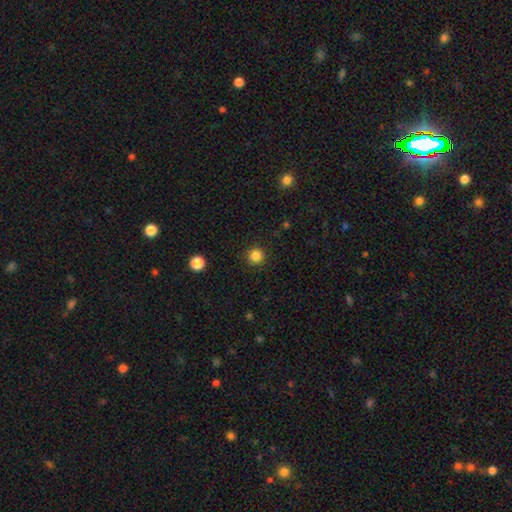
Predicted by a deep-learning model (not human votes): The model was most divided on "smooth or featured": smooth: 84%, star or artifact: 12%, featured or disk: 4%. More confident: how rounded — round (96%); merging — none (92%).